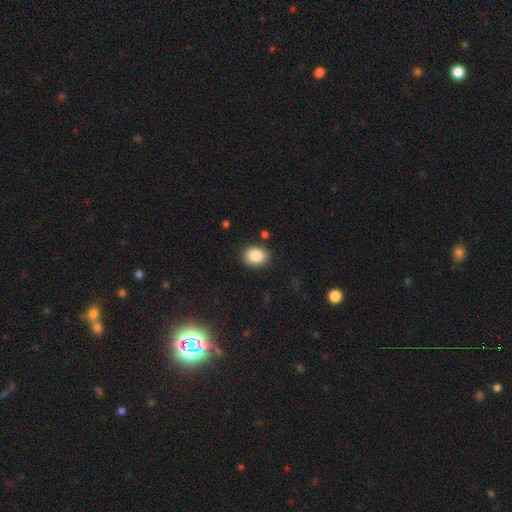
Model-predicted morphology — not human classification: Q: Smooth or featured?
A: smooth (86%); runner-up: star or artifact (8%)
Q: How rounded?
A: in between (56%); runner-up: round (43%)
Q: Merging?
A: none (86%); runner-up: minor disturbance (9%)